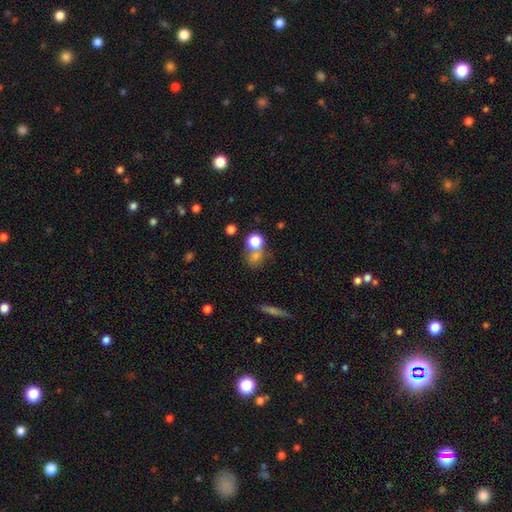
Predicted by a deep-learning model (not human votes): Smooth or featured?
  - smooth: 71% *
  - star or artifact: 19%
  - featured or disk: 10%
How rounded?
  - round: 74% *
  - in between: 24%
  - cigar-shaped: 3%
Merging?
  - none: 51% *
  - merger: 32%
  - minor disturbance: 11%
  - major disturbance: 6%